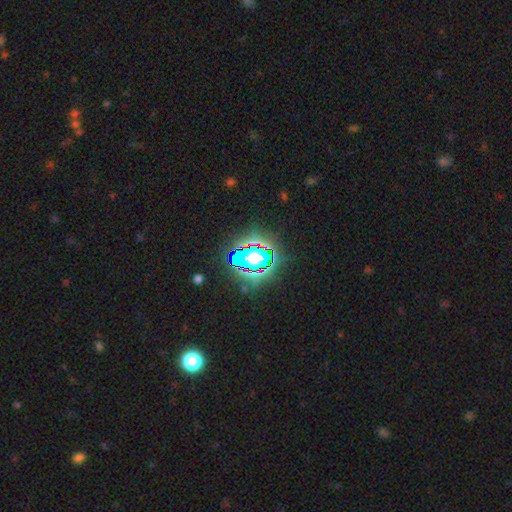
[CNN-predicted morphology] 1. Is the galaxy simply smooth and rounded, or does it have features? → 81% star or artifact, 11% smooth, 8% featured or disk.